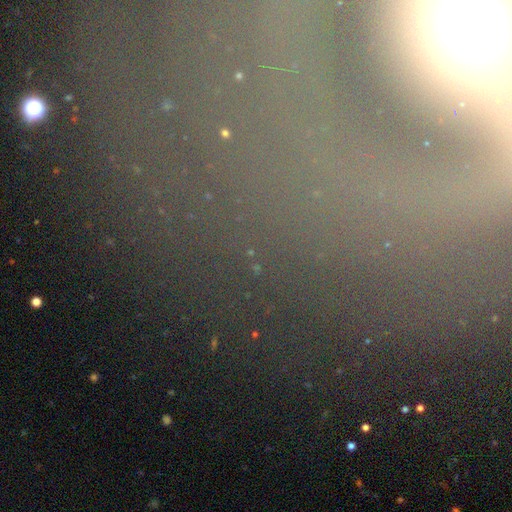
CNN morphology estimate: smooth_or_featured: star or artifact (p=0.53) [alt: featured or disk p=0.29]